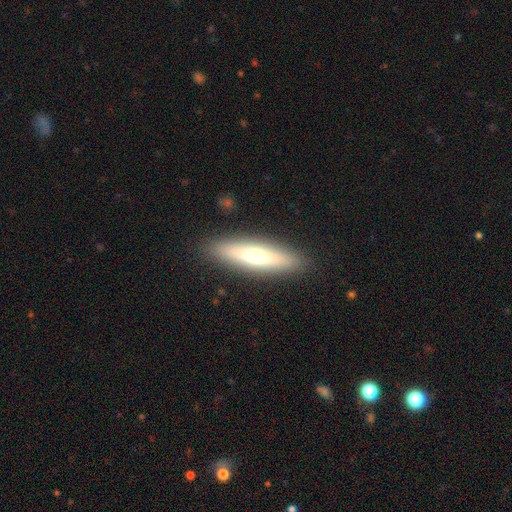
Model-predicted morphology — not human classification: smooth 52%, featured or disk 41%, star or artifact 7%. Down the decision tree: how rounded — cigar-shaped (72%); merging — none (89%).